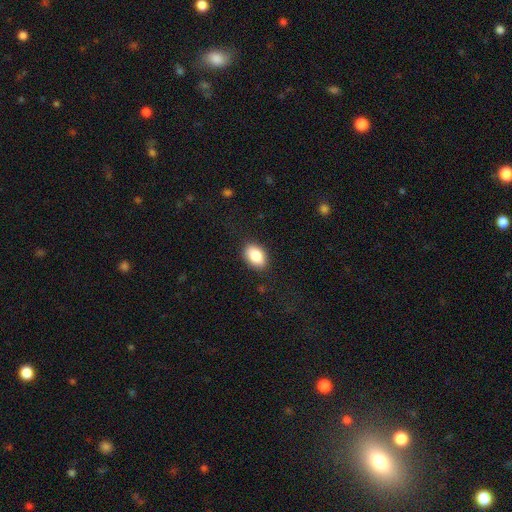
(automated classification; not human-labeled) smooth_or_featured: smooth (p=0.85) [alt: star or artifact p=0.07]
how_rounded: in between (p=0.86) [alt: round p=0.13]
merging: none (p=0.86) [alt: minor disturbance p=0.10]